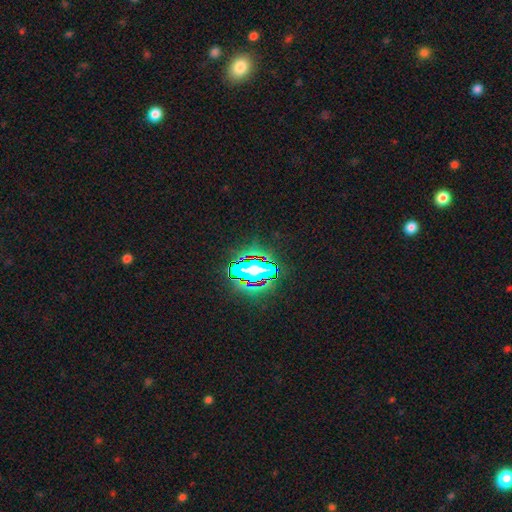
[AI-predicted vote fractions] Smooth or featured? star or artifact (81%)